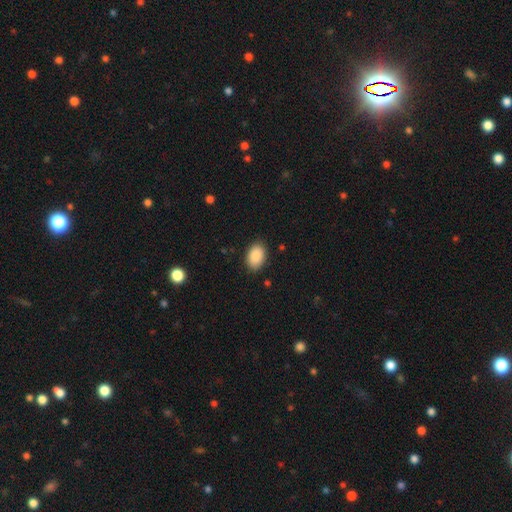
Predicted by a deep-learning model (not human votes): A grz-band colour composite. It shows a smooth galaxy with no disk features (89%) that is in between round and cigar-shaped (86%). Merging: none (85%).